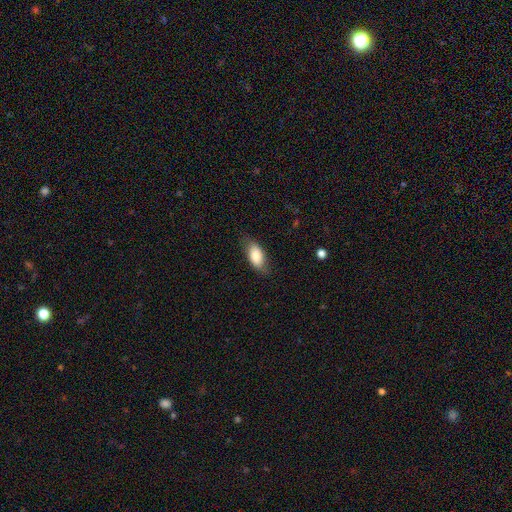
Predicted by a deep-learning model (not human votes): smooth-or-featured: smooth: 82% | featured or disk: 12% | star or artifact: 6%
  how-rounded: in between: 90% | cigar-shaped: 6% | round: 4%
  merging: none: 74% | minor disturbance: 20% | major disturbance: 5% | merger: 1%